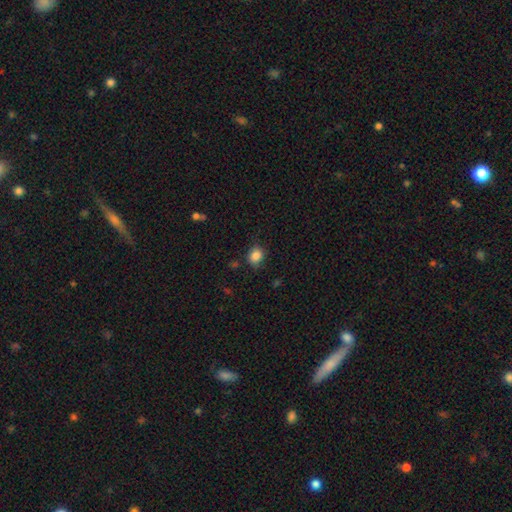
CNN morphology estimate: Smooth or featured: smooth — 86% (star or artifact — 10%)
How rounded: round — 61% (in between — 38%)
Merging: none — 78% (minor disturbance — 17%)